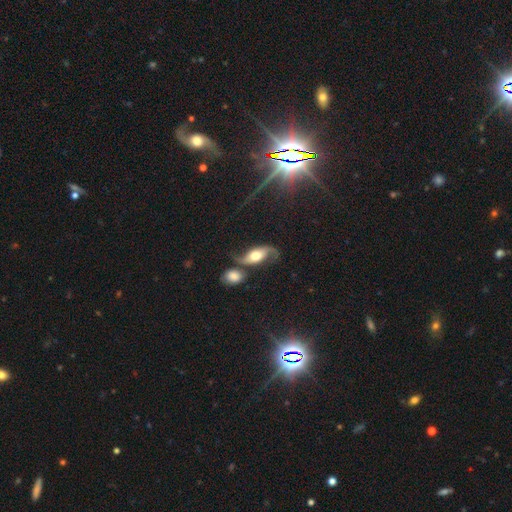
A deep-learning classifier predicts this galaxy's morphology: This appears to be a featured or disk galaxy (74%) with no bar (55%), 2 (92%) loose (76%) spiral arms (93%) and a moderate central bulge (51%). Merging: none (47%).